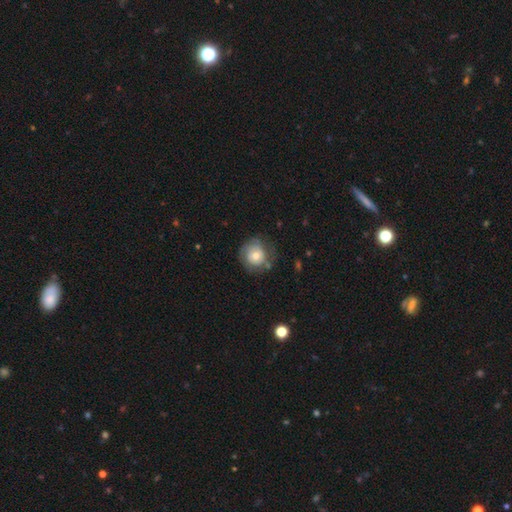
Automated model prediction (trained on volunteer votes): smooth_or_featured: smooth (p=0.49) [alt: featured or disk p=0.43]
merging: none (p=0.63) [alt: minor disturbance p=0.23]